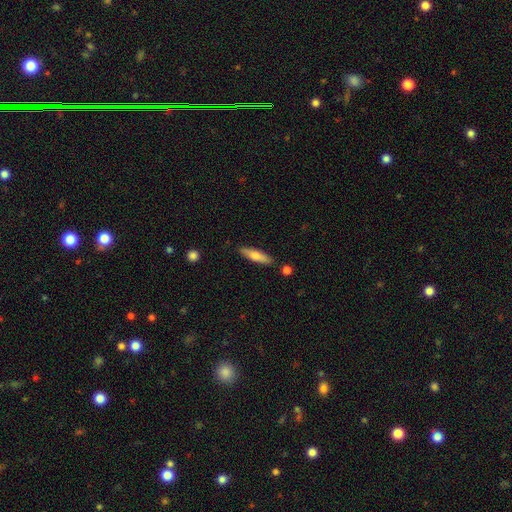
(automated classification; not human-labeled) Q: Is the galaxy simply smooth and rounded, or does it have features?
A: smooth — 69%.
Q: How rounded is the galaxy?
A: cigar-shaped — 72%.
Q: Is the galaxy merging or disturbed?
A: none — 85%.